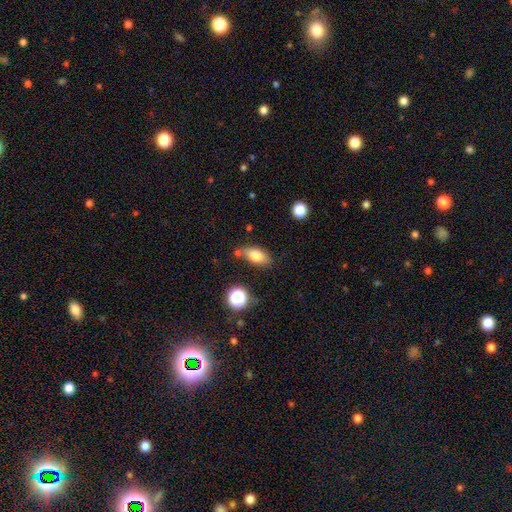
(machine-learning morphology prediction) smooth 78%, featured or disk 13%, star or artifact 9%. Down the decision tree: how rounded — in between (86%); merging — none (67%).